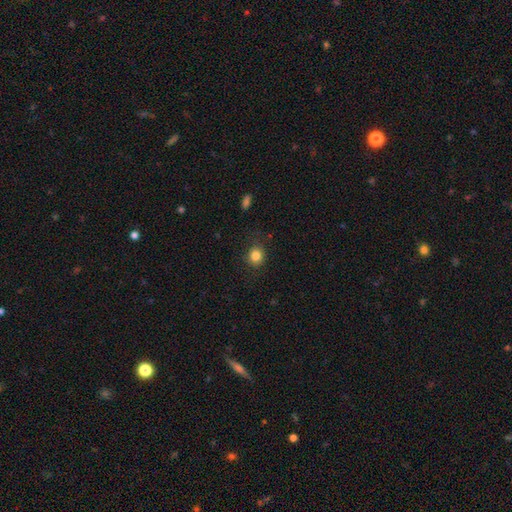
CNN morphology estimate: Smooth or featured? smooth (83%)
How rounded? round (78%)
Merging? none (83%)